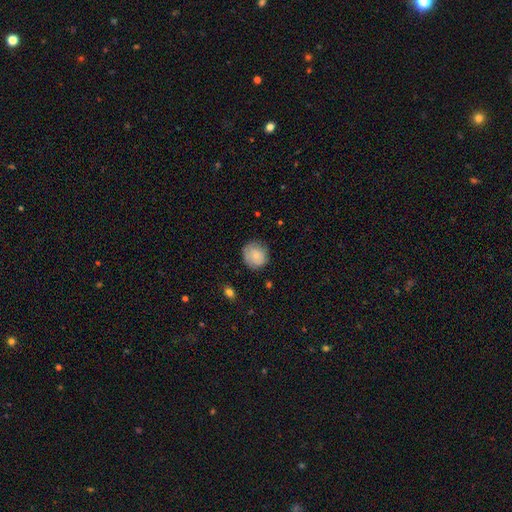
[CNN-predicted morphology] Smooth or featured: smooth — 68% (featured or disk — 24%)
How rounded: round — 87% (in between — 12%)
Merging: none — 77% (minor disturbance — 18%)